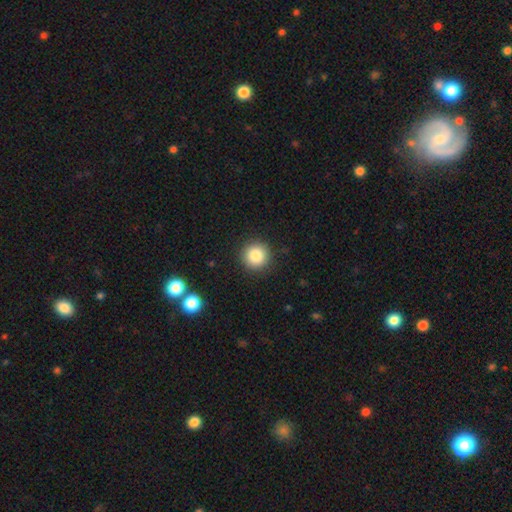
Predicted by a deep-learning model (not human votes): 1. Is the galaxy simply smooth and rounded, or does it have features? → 84% smooth, 10% star or artifact, 6% featured or disk.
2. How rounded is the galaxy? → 95% round, 4% in between, 1% cigar-shaped.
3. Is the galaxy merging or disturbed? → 91% none, 6% minor disturbance, 2% major disturbance, 1% merger.